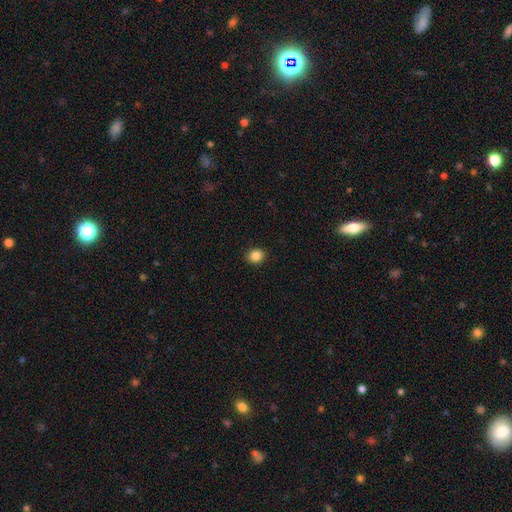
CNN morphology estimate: This is clearly a smooth galaxy (85%). How rounded: likely round (68%). Merging: clearly none (91%).